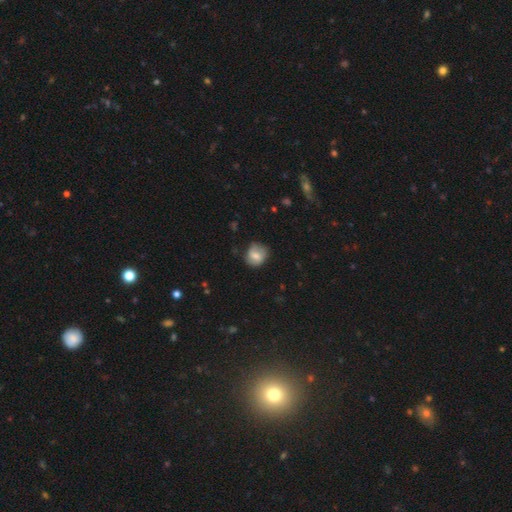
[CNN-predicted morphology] Smooth or featured? smooth (66%)
How rounded? round (70%)
Merging? none (68%)